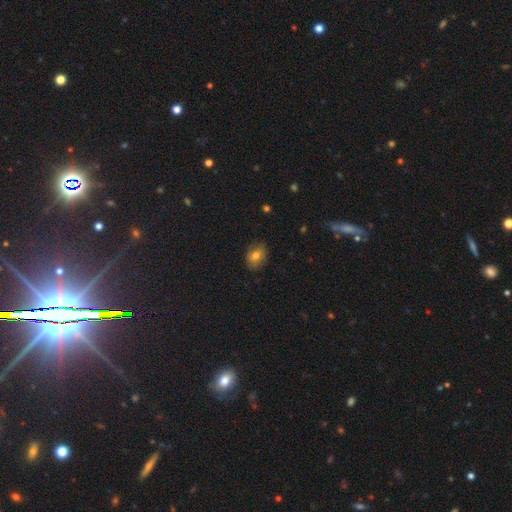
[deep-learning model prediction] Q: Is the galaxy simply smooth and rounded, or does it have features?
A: smooth — 74%.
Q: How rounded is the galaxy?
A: in between — 59%.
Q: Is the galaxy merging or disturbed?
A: none — 80%.